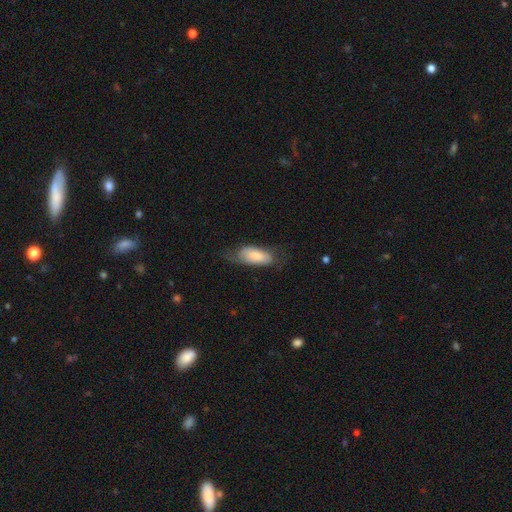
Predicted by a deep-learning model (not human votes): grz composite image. It shows a smooth galaxy with no disk features (71%) that is in between round and cigar-shaped (86%). Merging: none (51%).